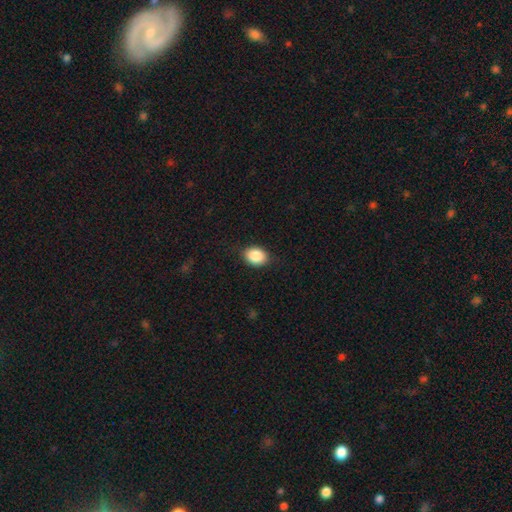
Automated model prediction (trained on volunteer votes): The model was most divided on "how rounded": in between: 64%, round: 35%, cigar-shaped: 1%. More confident: smooth or featured — smooth (87%); merging — none (84%).